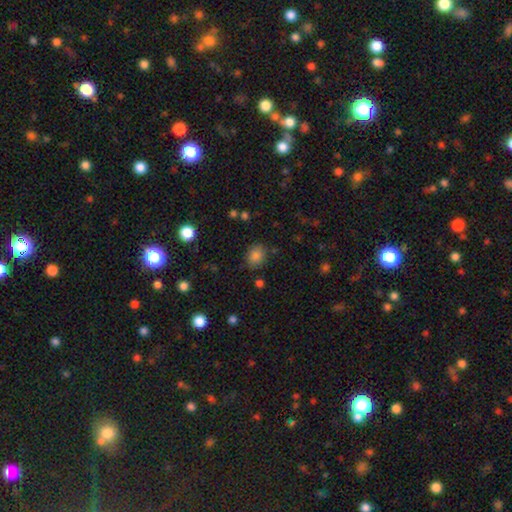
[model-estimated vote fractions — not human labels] Morphology: type=smooth (84%); roundness=round (58%); merging=none (81%).